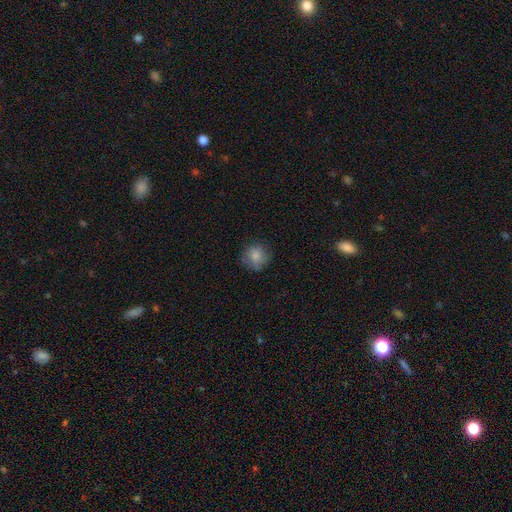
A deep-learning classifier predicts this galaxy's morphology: Smooth or featured: smooth — 82% (star or artifact — 9%)
How rounded: round — 90% (in between — 9%)
Merging: none — 78% (minor disturbance — 16%)